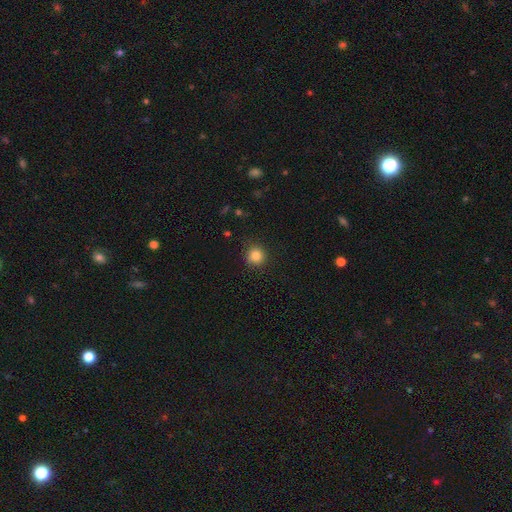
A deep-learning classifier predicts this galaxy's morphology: type=smooth (84%); roundness=round (92%); merging=none (86%).